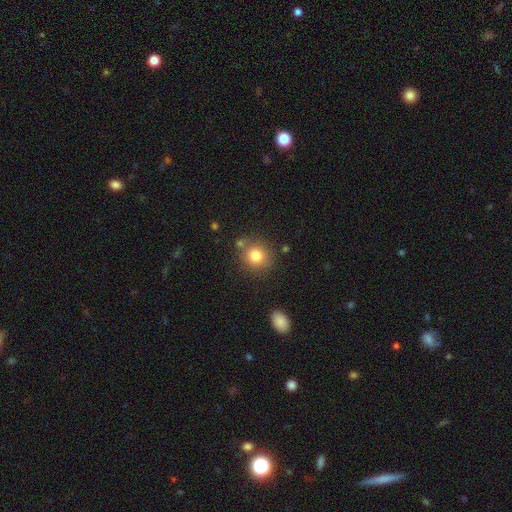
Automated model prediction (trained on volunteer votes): This is clearly a smooth galaxy (80%). How rounded: clearly round (86%). Merging: likely none (77%).